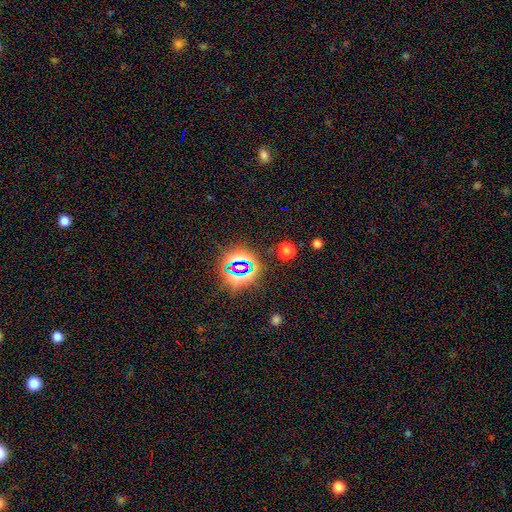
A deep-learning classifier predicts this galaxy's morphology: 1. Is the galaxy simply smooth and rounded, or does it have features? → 76% star or artifact, 16% smooth, 8% featured or disk.